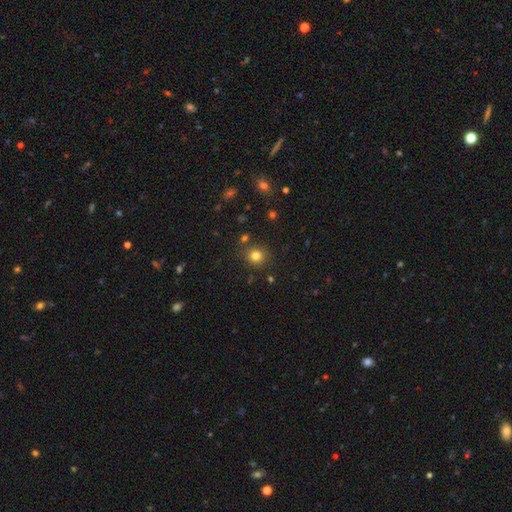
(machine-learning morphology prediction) Smooth or featured? Predicted: smooth (p=0.79). How rounded? Predicted: round (p=0.87). Merging? Predicted: none (p=0.83).